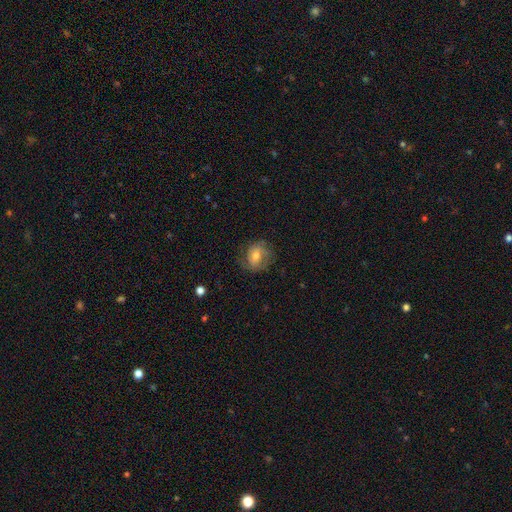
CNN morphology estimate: The model was most divided on "smooth or featured" (2-way tie): featured or disk: 46%, smooth: 46%, star or artifact: 8%. More confident: merging — none (68%).